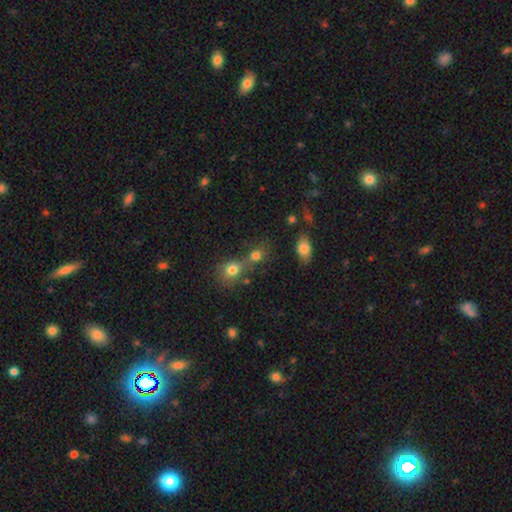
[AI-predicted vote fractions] Smooth or featured: smooth — 76% (star or artifact — 15%)
How rounded: round — 66% (in between — 32%)
Merging: merger — 47% (none — 40%)